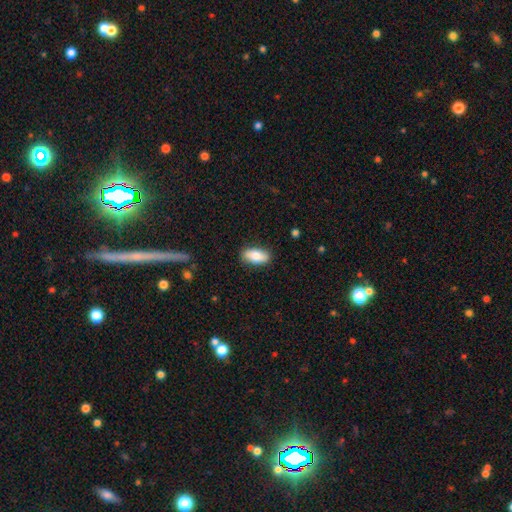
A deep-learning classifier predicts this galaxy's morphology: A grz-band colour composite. It shows a smooth galaxy with no disk features (79%) that is in between round and cigar-shaped (89%). Merging: none (87%).